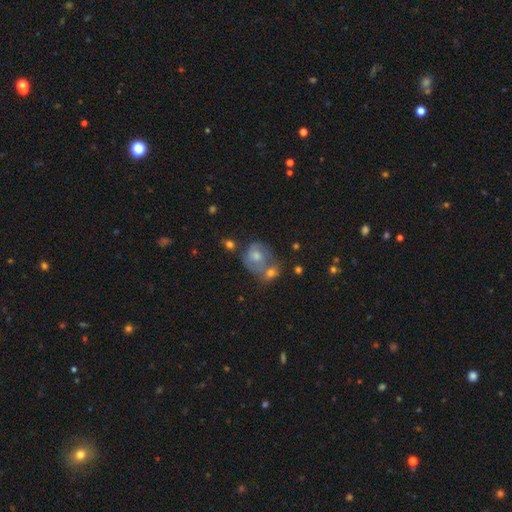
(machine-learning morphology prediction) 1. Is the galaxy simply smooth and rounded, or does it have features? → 50% featured or disk, 41% smooth, 9% star or artifact.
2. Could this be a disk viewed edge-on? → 97% no, 3% yes.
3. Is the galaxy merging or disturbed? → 37% merger, 32% none, 17% minor disturbance, 13% major disturbance.